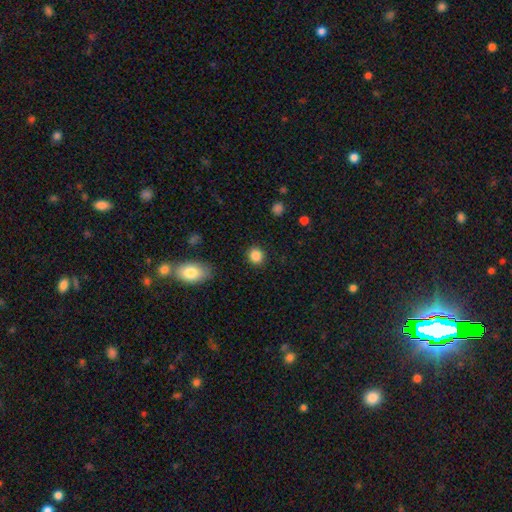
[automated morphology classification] A smooth galaxy with no disk features (86%) that is round (84%).

Vote fractions:
- Smooth or featured? smooth: 86% / star or artifact: 10% / featured or disk: 4%
- How rounded? round: 84% / in between: 15% / cigar-shaped: 1%
- Merging? none: 89% / minor disturbance: 7% / major disturbance: 2% / merger: 1%